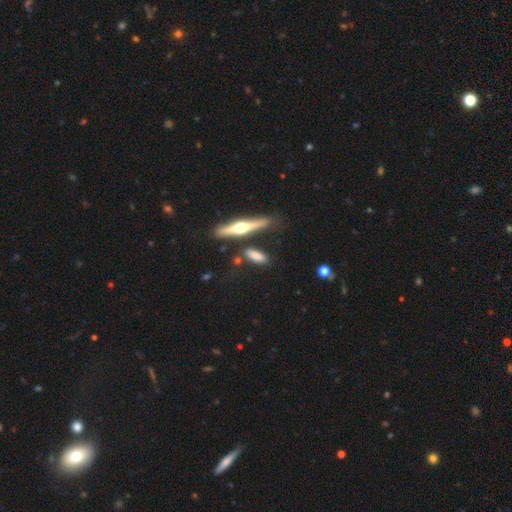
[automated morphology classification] The model was most divided on "how rounded": in between: 48%, cigar-shaped: 46%, round: 6%. More confident: merging — none (71%); smooth or featured — smooth (64%).